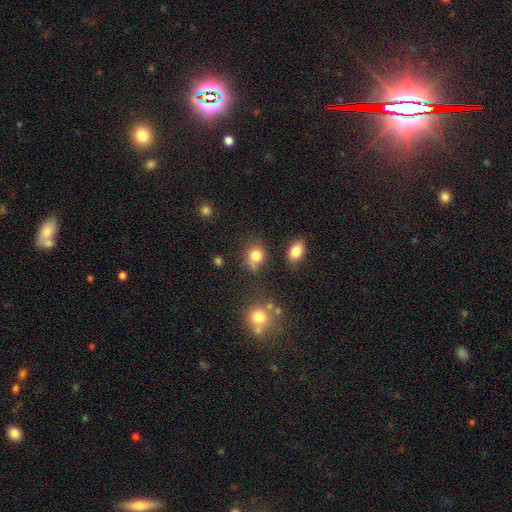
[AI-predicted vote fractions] Q: Smooth or featured?
A: smooth (80%); runner-up: star or artifact (13%)
Q: How rounded?
A: round (67%); runner-up: in between (32%)
Q: Merging?
A: none (57%); runner-up: minor disturbance (23%)